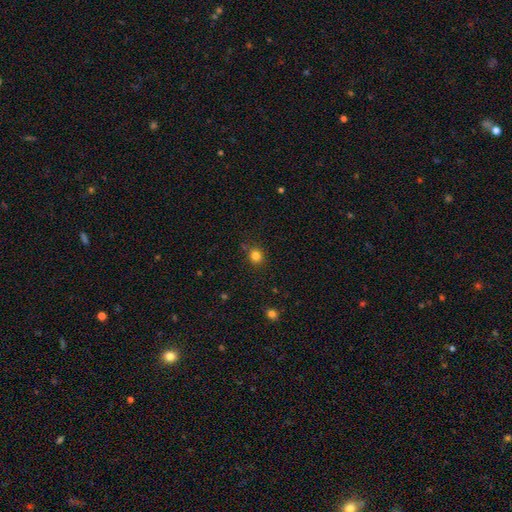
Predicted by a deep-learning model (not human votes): Smooth or featured? Predicted: smooth (p=0.82). How rounded? Predicted: round (p=0.83). Merging? Predicted: none (p=0.82).